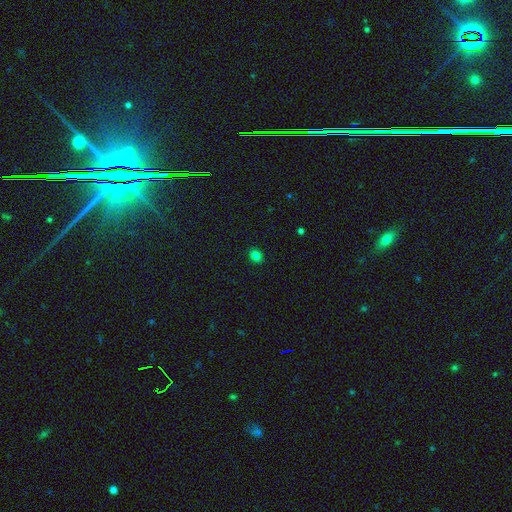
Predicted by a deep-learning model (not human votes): The model was most divided on "how rounded": round: 57%, in between: 42%, cigar-shaped: 1%. More confident: merging — none (90%); smooth or featured — smooth (81%).